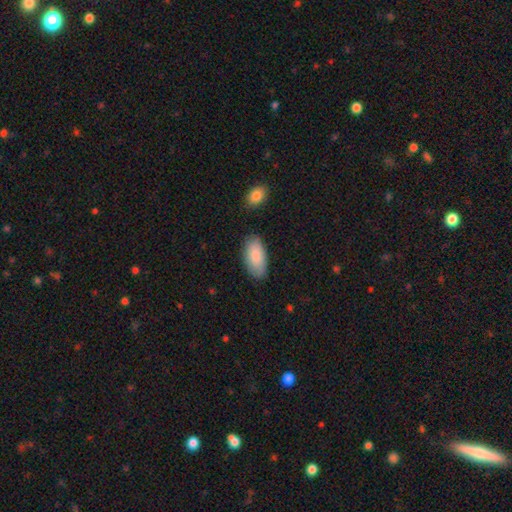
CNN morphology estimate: A smooth galaxy with no disk features (86%) that is in between round and cigar-shaped (94%). Merging: none (82%).